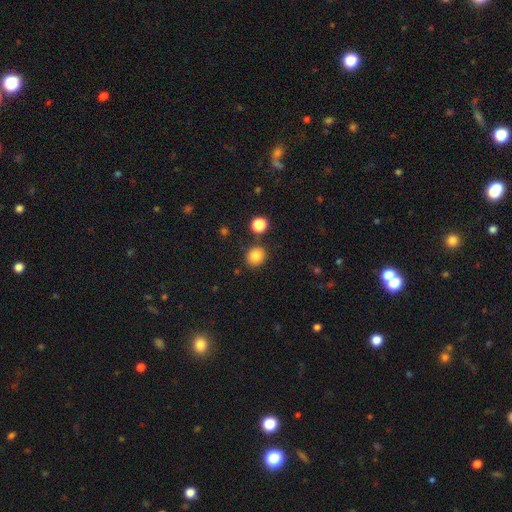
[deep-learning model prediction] Overall: smooth (83%). How rounded: round (84%). Merging: none (84%).